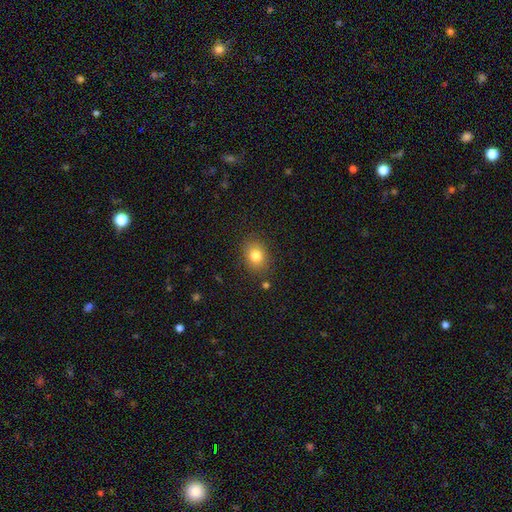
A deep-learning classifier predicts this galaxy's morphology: Overall: smooth (81%). How rounded: round (55%; in between 44%). Merging: none (85%).